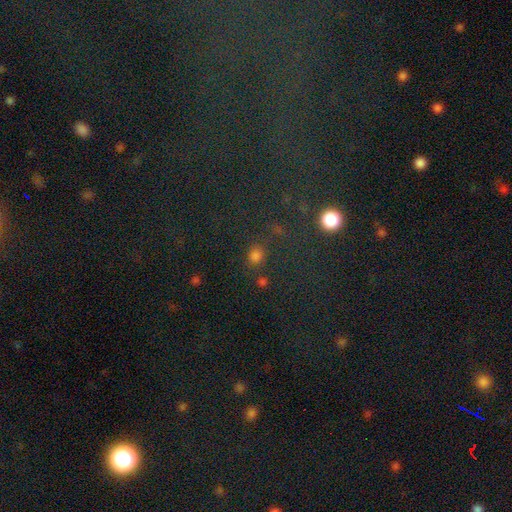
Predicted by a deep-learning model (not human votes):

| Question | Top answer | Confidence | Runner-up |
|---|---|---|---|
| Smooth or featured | smooth | 72% | star or artifact (23%) |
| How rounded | round | 74% | in between (25%) |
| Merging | none | 76% | minor disturbance (12%) |